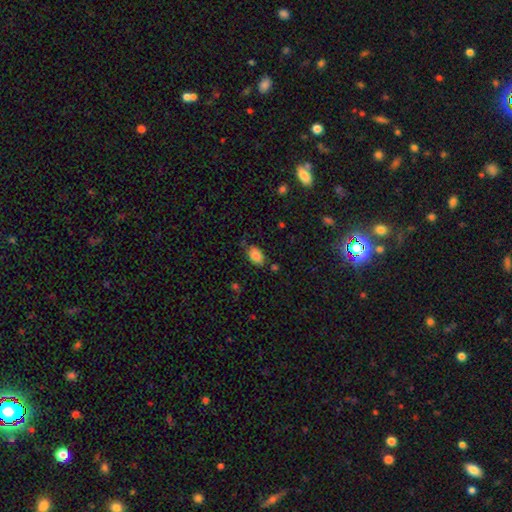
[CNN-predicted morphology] Smooth or featured: smooth — 83% (star or artifact — 8%)
How rounded: in between — 89% (round — 9%)
Merging: none — 74% (minor disturbance — 18%)